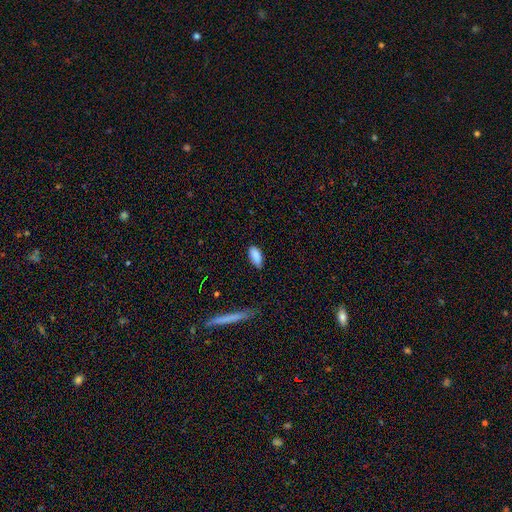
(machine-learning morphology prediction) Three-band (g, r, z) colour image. It shows a smooth galaxy with no disk features (87%) that is in between round and cigar-shaped (88%). Merging: none (77%).